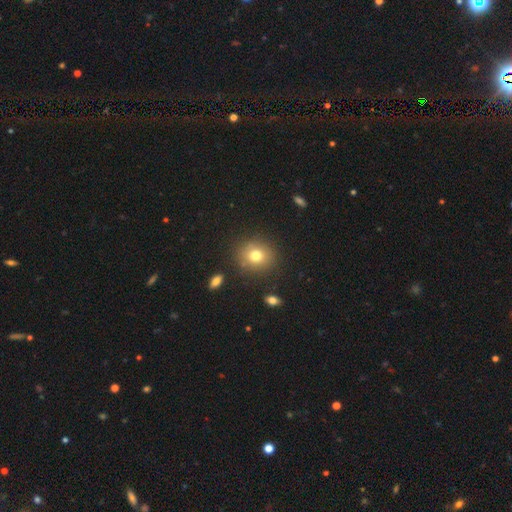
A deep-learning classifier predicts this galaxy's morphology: Smooth or featured?
  - smooth: 76% *
  - star or artifact: 13%
  - featured or disk: 11%
How rounded?
  - round: 78% *
  - in between: 21%
  - cigar-shaped: 1%
Merging?
  - none: 85% *
  - minor disturbance: 9%
  - major disturbance: 3%
  - merger: 3%